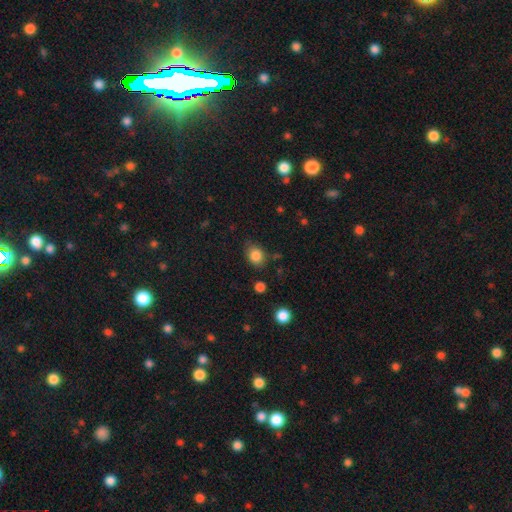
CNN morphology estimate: This is clearly a smooth galaxy (84%). How rounded: possibly in between (50%). Merging: likely none (74%).